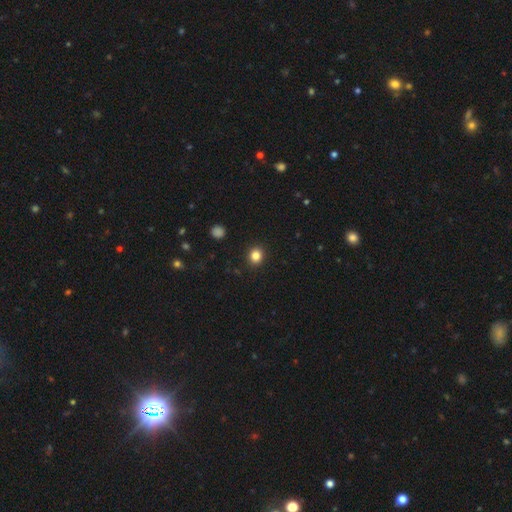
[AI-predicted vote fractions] A smooth galaxy with no disk features (84%) that is round (79%). Merging: none (91%).